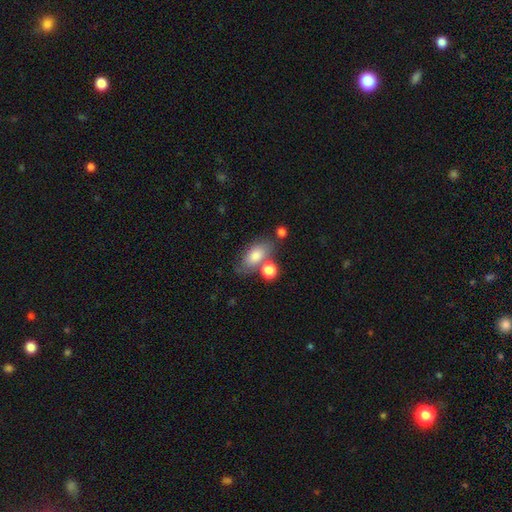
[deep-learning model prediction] The model was most divided on "merging": none: 59%, merger: 18%, minor disturbance: 17%, major disturbance: 6%. More confident: how rounded — in between (86%); smooth or featured — smooth (80%).